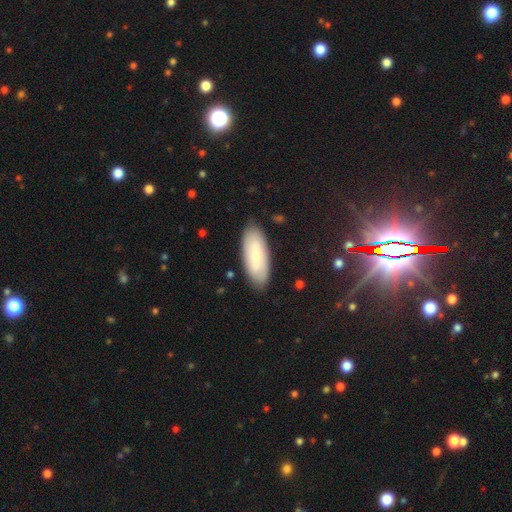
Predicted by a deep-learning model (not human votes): smooth_or_featured: smooth (p=0.68) [alt: featured or disk p=0.25]
how_rounded: in between (p=0.80) [alt: cigar-shaped p=0.19]
merging: none (p=0.85) [alt: minor disturbance p=0.11]